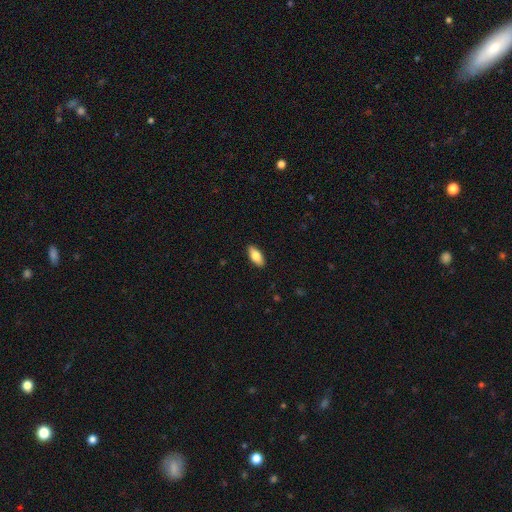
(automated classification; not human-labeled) This is likely a smooth galaxy (79%). How rounded: clearly in between (86%). Merging: clearly none (90%).